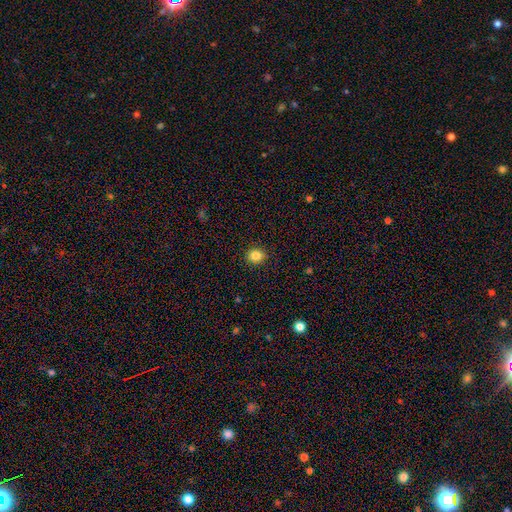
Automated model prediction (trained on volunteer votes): smooth-or-featured: smooth: 85% | star or artifact: 10% | featured or disk: 5%
  how-rounded: round: 69% | in between: 30% | cigar-shaped: 1%
  merging: none: 91% | minor disturbance: 7% | major disturbance: 2% | merger: 1%